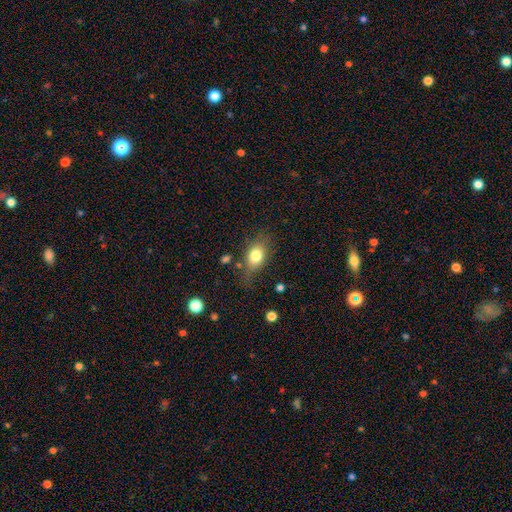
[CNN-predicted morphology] Smooth or featured: smooth — 78% (featured or disk — 13%)
How rounded: in between — 77% (round — 19%)
Merging: none — 66% (minor disturbance — 23%)